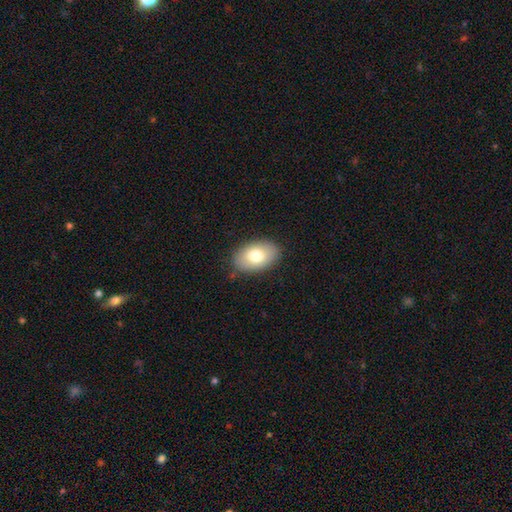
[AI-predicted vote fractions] This appears to be a smooth galaxy with no disk features (77%) that is in between round and cigar-shaped (90%). Merging: none (84%).